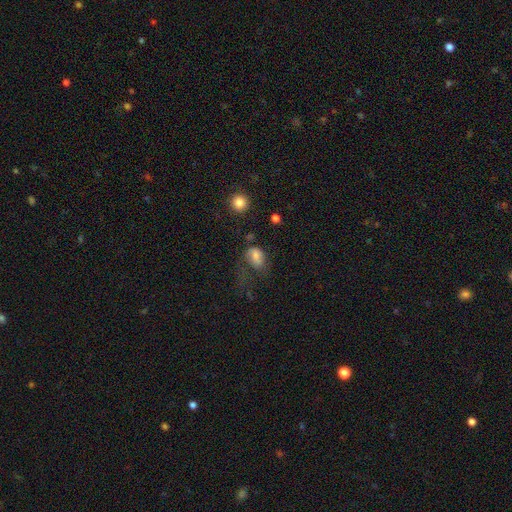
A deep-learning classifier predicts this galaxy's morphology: Smooth or featured? Predicted: smooth (p=0.68). How rounded? Predicted: in between (p=0.71). Merging? Predicted: major disturbance (p=0.44).